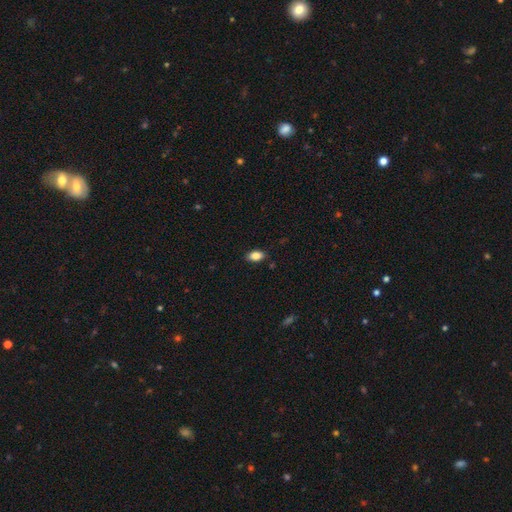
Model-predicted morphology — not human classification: Smooth or featured? Predicted: smooth (p=0.85). How rounded? Predicted: in between (p=0.89). Merging? Predicted: none (p=0.86).